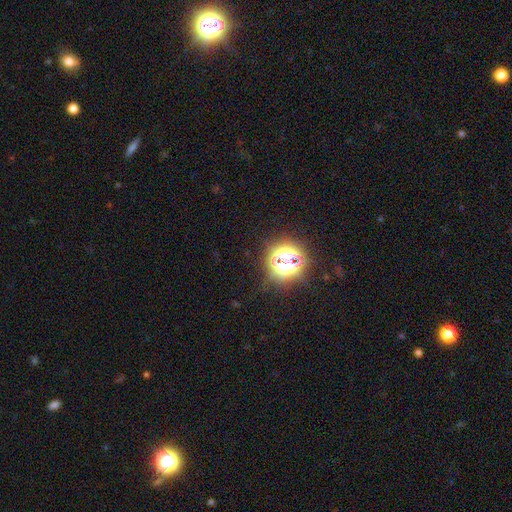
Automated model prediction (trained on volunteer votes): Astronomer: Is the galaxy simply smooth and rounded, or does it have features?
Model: star or artifact — 79%.